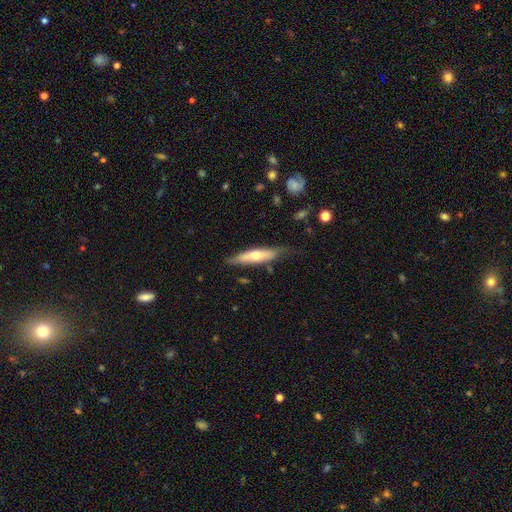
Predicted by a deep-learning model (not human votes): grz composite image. It shows a smooth galaxy with no disk features (51%) that is cigar-shaped (75%). Merging: none (70%).